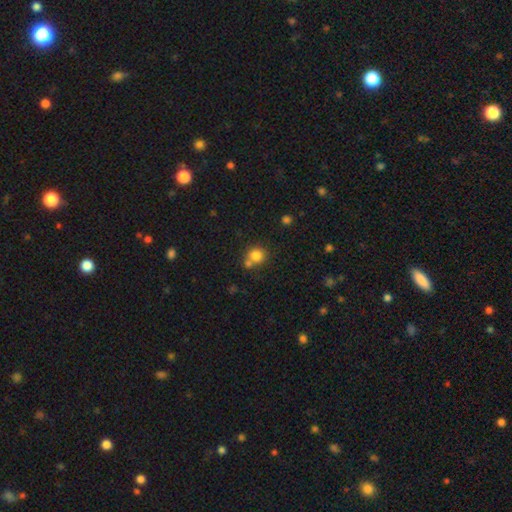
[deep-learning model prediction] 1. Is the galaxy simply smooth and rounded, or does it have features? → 81% smooth, 11% star or artifact, 8% featured or disk.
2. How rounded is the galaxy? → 84% round, 15% in between, 1% cigar-shaped.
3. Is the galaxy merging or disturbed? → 56% none, 30% merger, 10% minor disturbance, 3% major disturbance.